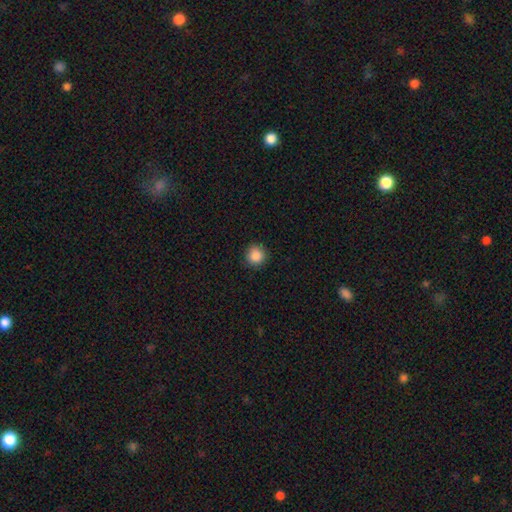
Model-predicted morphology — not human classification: Q: Smooth or featured?
A: smooth (88%); runner-up: star or artifact (9%)
Q: How rounded?
A: round (94%); runner-up: in between (5%)
Q: Merging?
A: none (91%); runner-up: minor disturbance (6%)